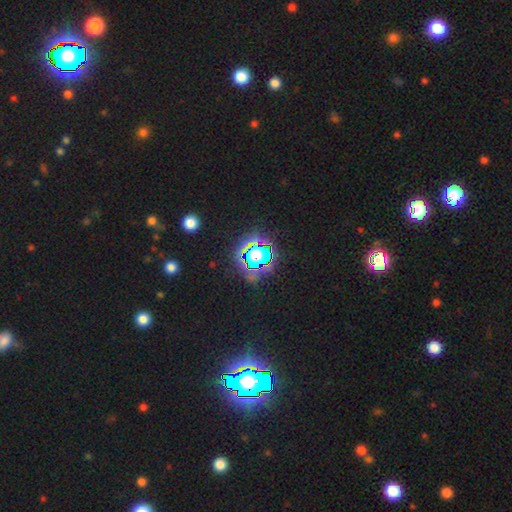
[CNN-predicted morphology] The model was most divided on "smooth or featured": star or artifact: 79%, smooth: 12%, featured or disk: 8%.